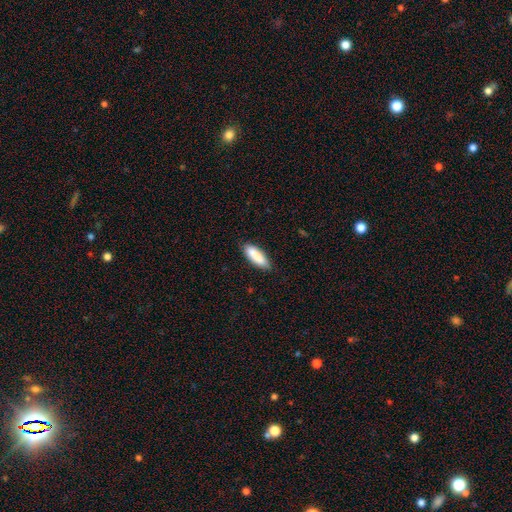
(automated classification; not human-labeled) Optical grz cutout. It shows a smooth galaxy with no disk features (87%) that is in between round and cigar-shaped (58%). Merging: none (81%).